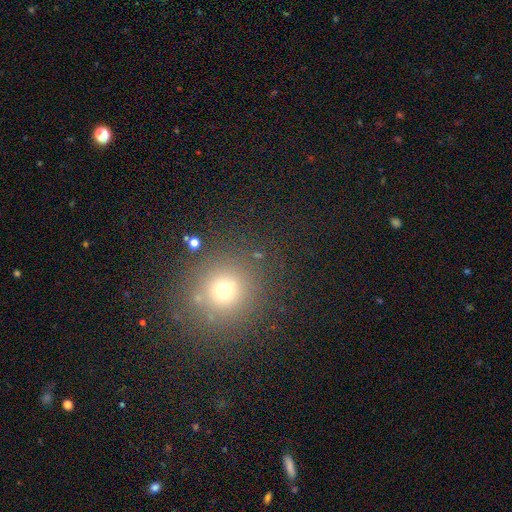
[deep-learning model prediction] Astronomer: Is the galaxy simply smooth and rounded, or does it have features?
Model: smooth — 64%.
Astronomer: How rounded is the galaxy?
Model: round — 91%.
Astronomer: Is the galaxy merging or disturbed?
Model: none — 86%.